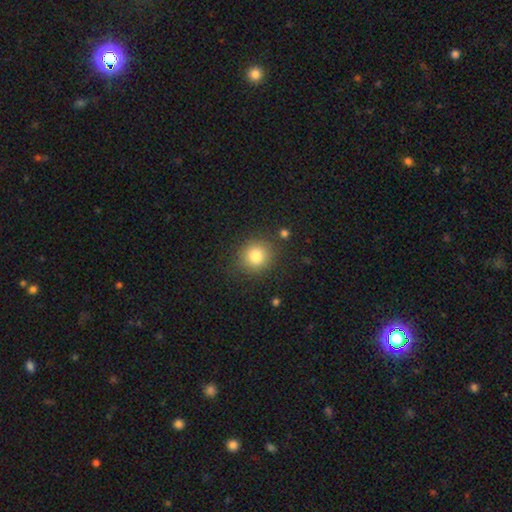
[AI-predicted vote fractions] A smooth galaxy with no disk features (82%) that is round (87%). Merging: none (85%).